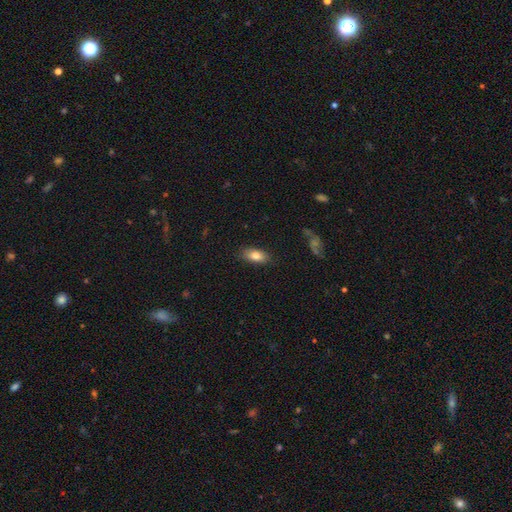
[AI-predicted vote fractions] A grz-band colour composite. It shows a smooth galaxy with no disk features (81%) that is in between round and cigar-shaped (86%). Merging: none (84%).